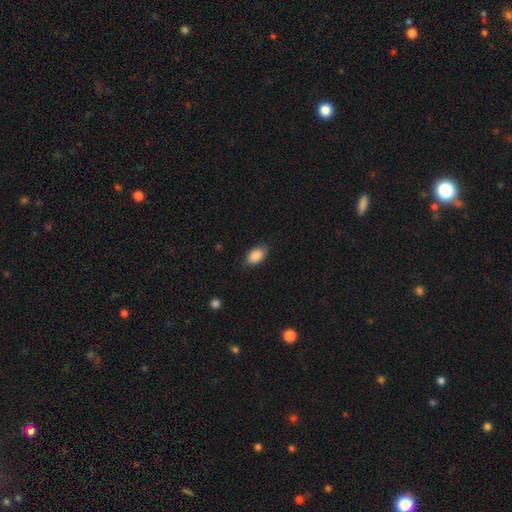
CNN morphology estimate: Smooth or featured? smooth (88%)
How rounded? in between (89%)
Merging? none (80%)